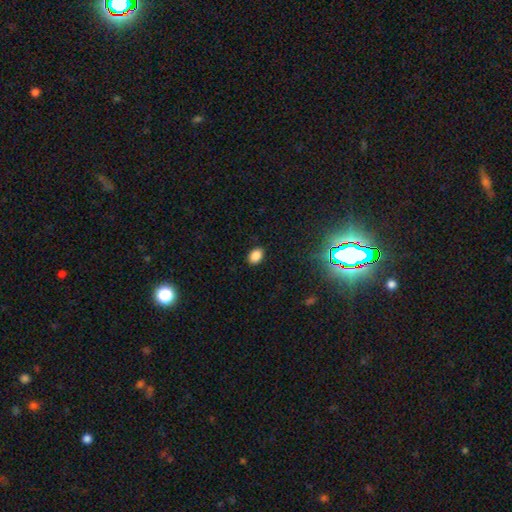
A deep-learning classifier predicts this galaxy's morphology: Smooth or featured: smooth — 85% (star or artifact — 11%)
How rounded: in between — 78% (round — 21%)
Merging: none — 88% (minor disturbance — 8%)